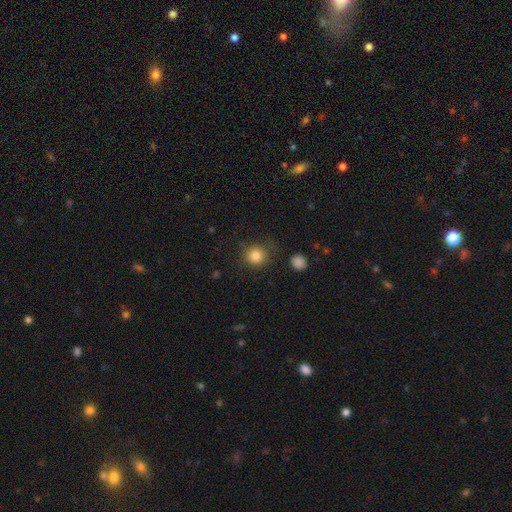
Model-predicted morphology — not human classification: Q: Smooth or featured?
A: smooth (83%); runner-up: star or artifact (11%)
Q: How rounded?
A: round (90%); runner-up: in between (9%)
Q: Merging?
A: none (81%); runner-up: minor disturbance (12%)